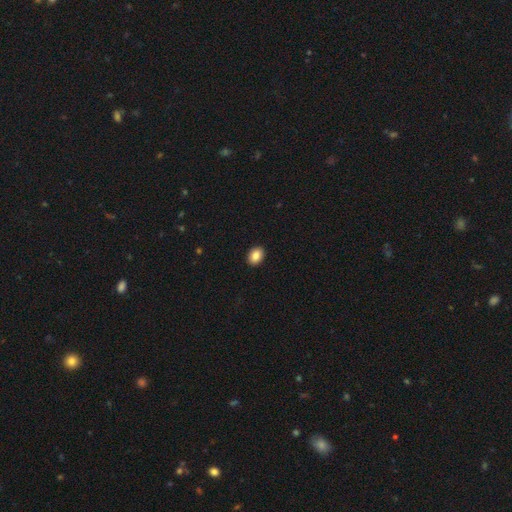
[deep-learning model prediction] Smooth or featured? smooth (86%)
How rounded? in between (71%)
Merging? none (92%)